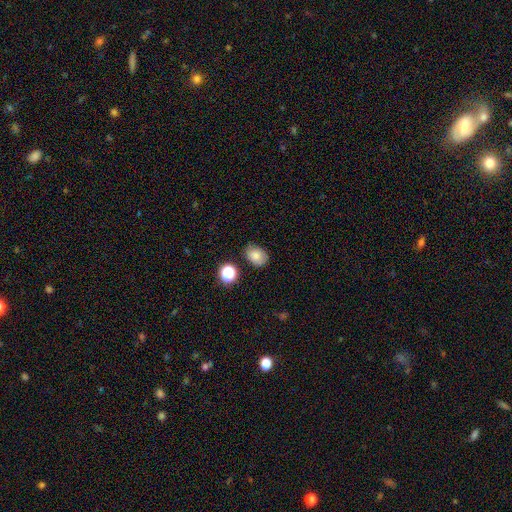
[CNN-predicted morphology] A smooth galaxy with no disk features (74%) that is in between round and cigar-shaped (62%). Merging: none (80%).